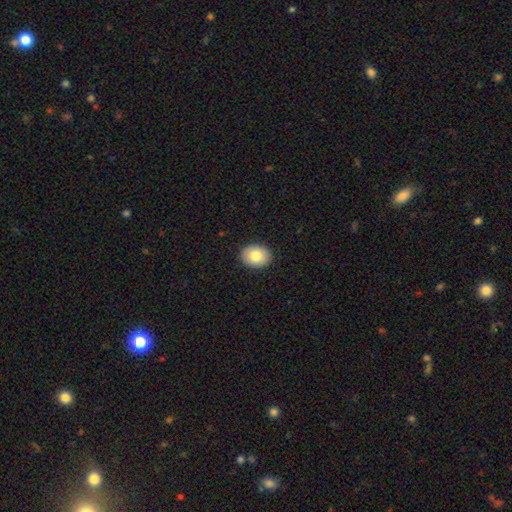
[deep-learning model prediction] This is clearly a smooth galaxy (83%). How rounded: likely in between (63%). Merging: clearly none (91%).